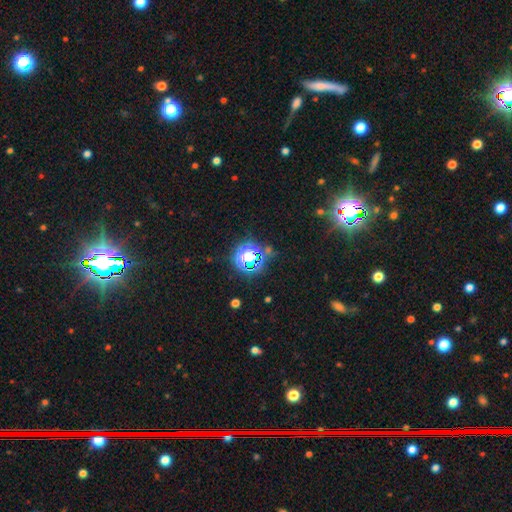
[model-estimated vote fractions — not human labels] Overall: star or artifact (77%).